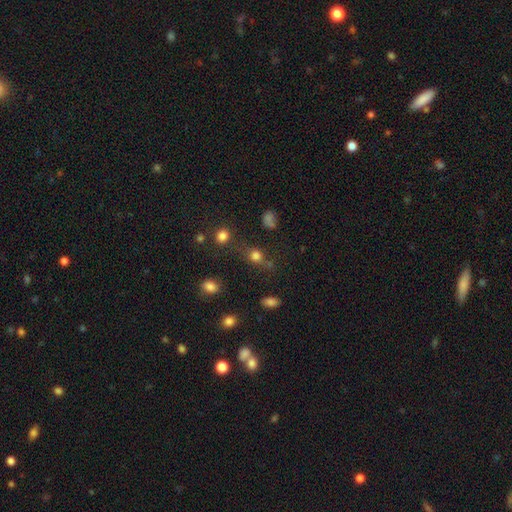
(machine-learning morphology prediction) smooth_or_featured: smooth (p=0.74) [alt: star or artifact p=0.17]
how_rounded: round (p=0.69) [alt: in between p=0.28]
merging: none (p=0.59) [alt: minor disturbance p=0.16]